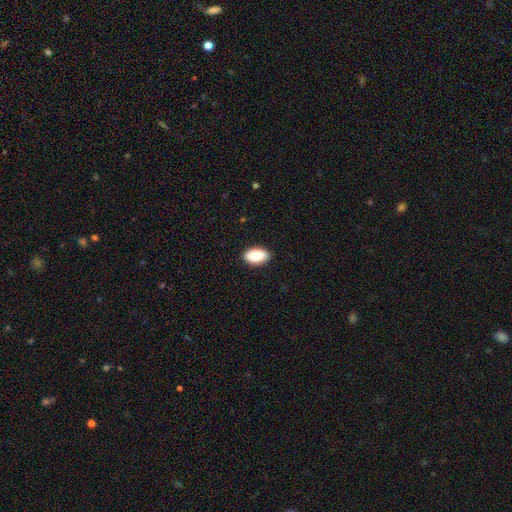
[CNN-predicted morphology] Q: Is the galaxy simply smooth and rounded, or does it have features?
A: smooth — 89%.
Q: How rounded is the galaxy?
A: in between — 94%.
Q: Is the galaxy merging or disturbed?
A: none — 89%.